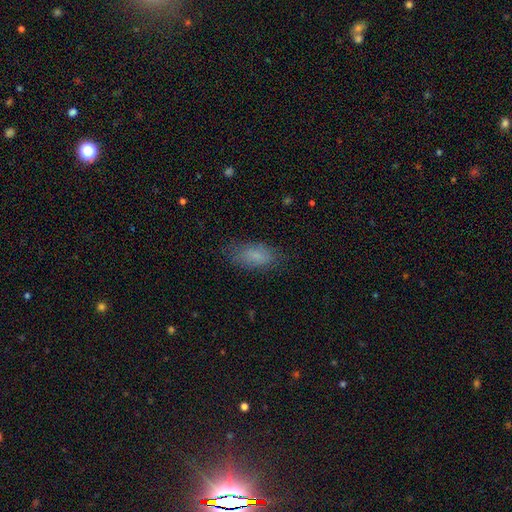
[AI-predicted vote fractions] A smooth galaxy with no disk features (81%) that is in between round and cigar-shaped (85%).

Vote fractions:
- Smooth or featured? smooth: 81% / featured or disk: 11% / star or artifact: 8%
- How rounded? in between: 85% / cigar-shaped: 11% / round: 3%
- Merging? none: 76% / minor disturbance: 17% / major disturbance: 6% / merger: 1%